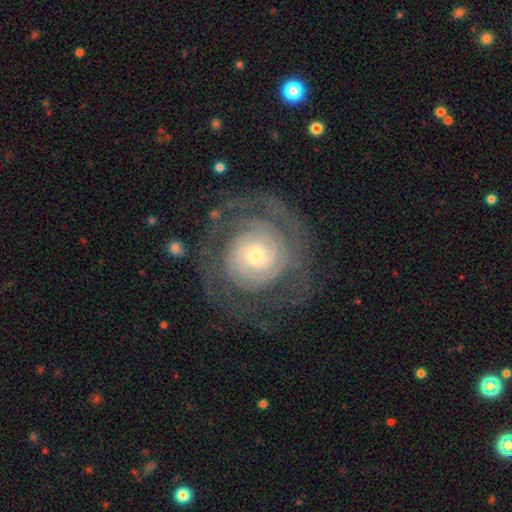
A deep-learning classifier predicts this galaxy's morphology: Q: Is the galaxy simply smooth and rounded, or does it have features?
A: featured or disk — 88%.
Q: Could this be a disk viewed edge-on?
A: no — 98%.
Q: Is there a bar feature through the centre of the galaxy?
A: no — 76%.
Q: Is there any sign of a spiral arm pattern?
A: yes — 97%.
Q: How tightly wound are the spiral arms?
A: tight — 82%.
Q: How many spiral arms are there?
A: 2 — 35%.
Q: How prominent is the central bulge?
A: small — 54%.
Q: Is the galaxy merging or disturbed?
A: none — 75%.